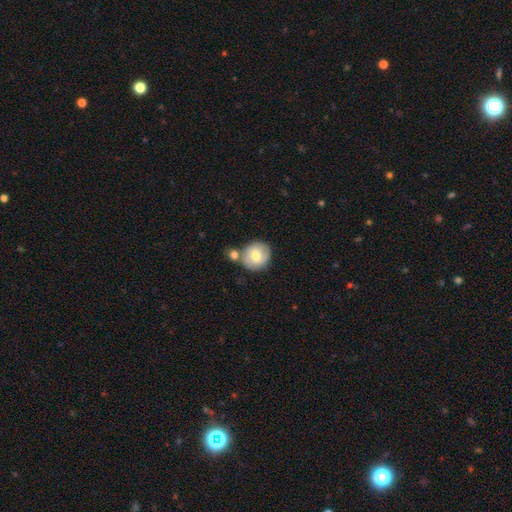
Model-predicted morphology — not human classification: Smooth or featured? smooth (69%)
How rounded? round (87%)
Merging? none (61%)